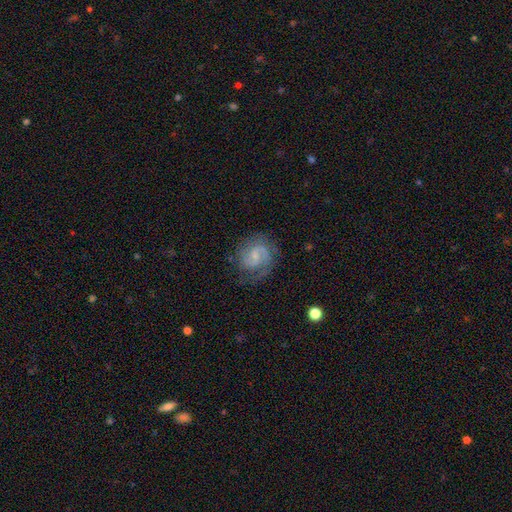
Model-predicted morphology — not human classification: type=featured or disk (81%); edge-on=no (98%); bar=weak (54%); spiral arms=yes (96%); winding=medium (51%); arm count=2 (84%); bulge=small (53%); merging=none (73%).